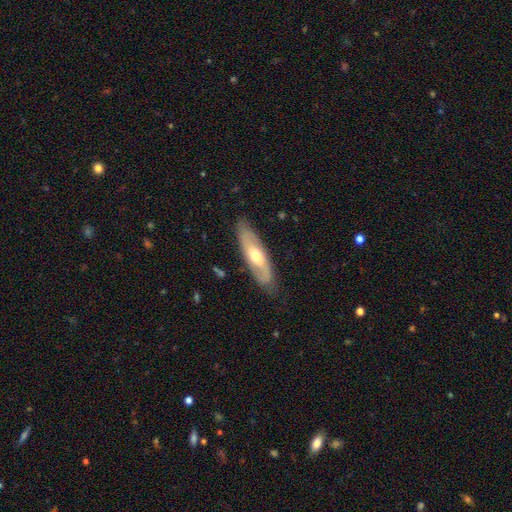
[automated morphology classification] Smooth or featured: featured or disk — 55% (smooth — 40%)
Edge-on disk: no — 72% (yes — 28%)
Merging: none — 81% (minor disturbance — 14%)